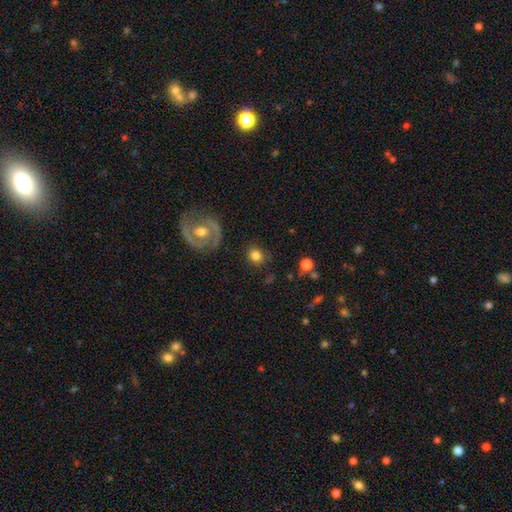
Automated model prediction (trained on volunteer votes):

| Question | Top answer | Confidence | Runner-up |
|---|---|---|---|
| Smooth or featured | smooth | 78% | featured or disk (13%) |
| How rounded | round | 78% | in between (21%) |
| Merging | none | 83% | minor disturbance (11%) |